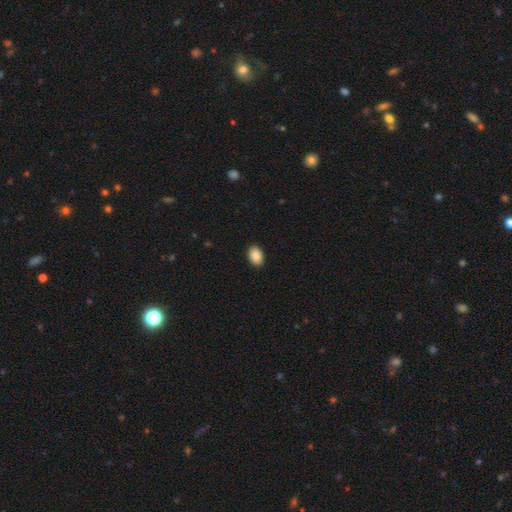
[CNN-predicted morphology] type=smooth (90%); roundness=in between (88%); merging=none (91%).